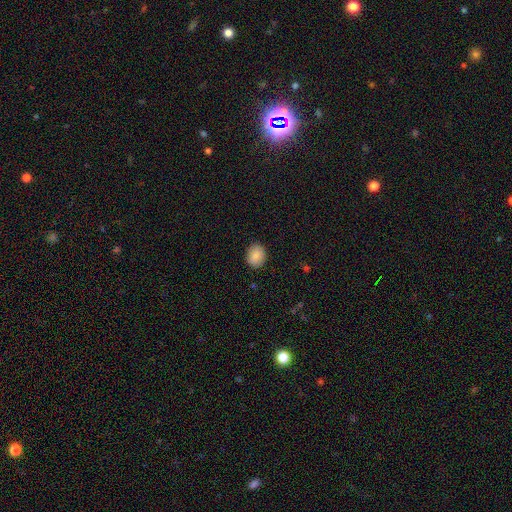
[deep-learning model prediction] A smooth galaxy with no disk features (88%) that is round (56%).

Vote fractions:
- Smooth or featured? smooth: 88% / star or artifact: 8% / featured or disk: 5%
- How rounded? round: 56% / in between: 43% / cigar-shaped: 1%
- Merging? none: 88% / minor disturbance: 9% / major disturbance: 2% / merger: 1%